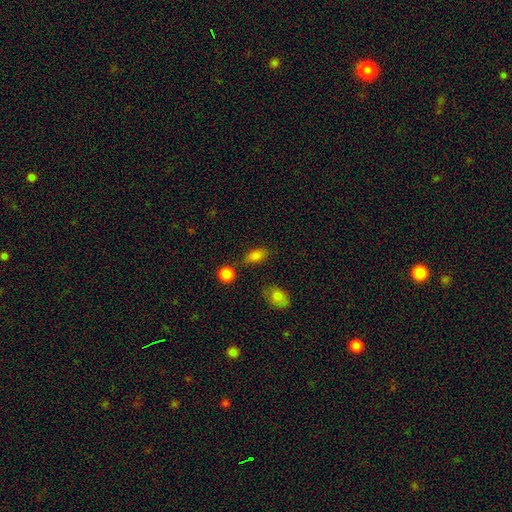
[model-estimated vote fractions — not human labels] A smooth galaxy with no disk features (84%) that is in between round and cigar-shaped (87%). Merging: none (70%).